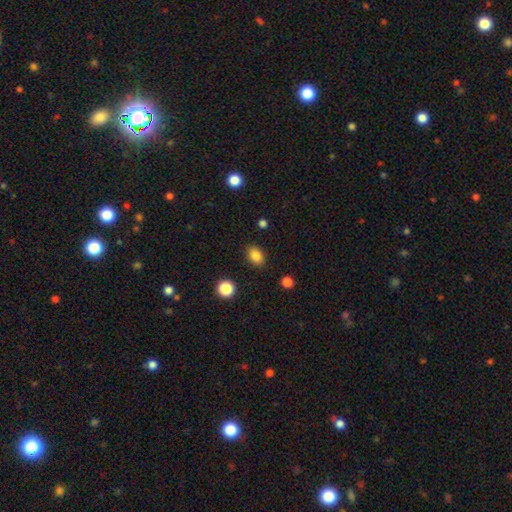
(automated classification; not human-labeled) Smooth or featured: smooth — 85% (star or artifact — 10%)
How rounded: in between — 74% (round — 25%)
Merging: none — 87% (minor disturbance — 9%)